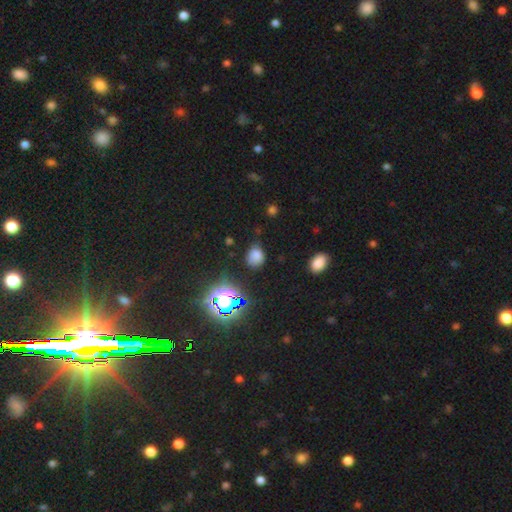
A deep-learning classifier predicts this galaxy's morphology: Overall: smooth (71%). How rounded: round (53%; in between 45%). Merging: none (63%; minor disturbance 26%).